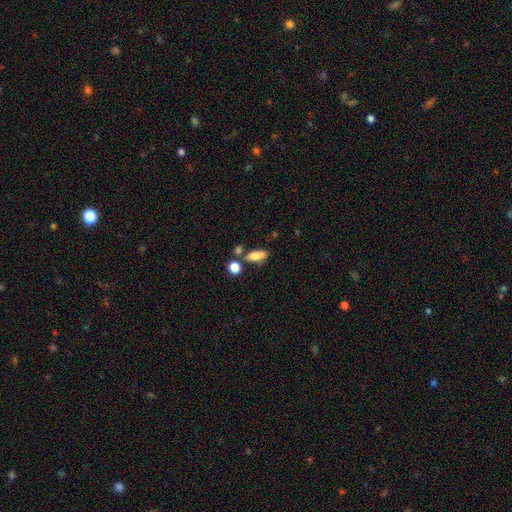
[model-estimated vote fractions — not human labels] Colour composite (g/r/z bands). It shows a smooth galaxy with no disk features (76%) that is in between round and cigar-shaped (73%). Merging: none (63%).